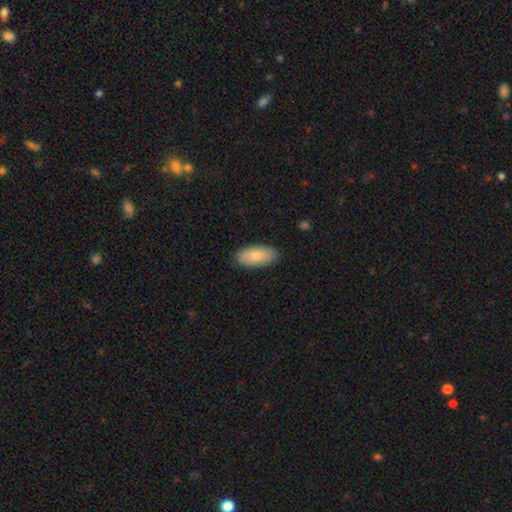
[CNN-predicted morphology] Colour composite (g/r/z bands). It shows a smooth galaxy with no disk features (80%) that is in between round and cigar-shaped (92%). Merging: none (88%).